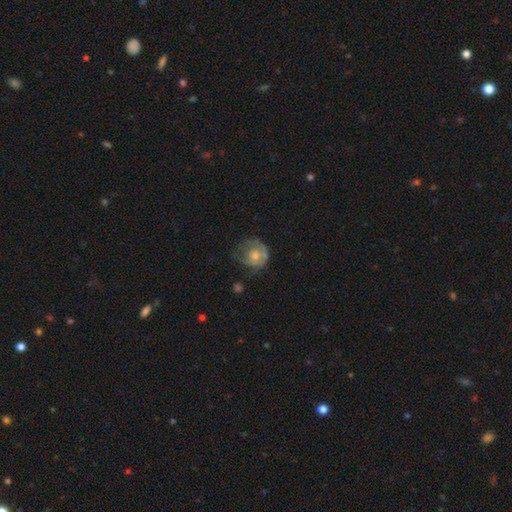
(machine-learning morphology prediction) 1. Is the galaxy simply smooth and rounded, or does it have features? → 48% smooth, 45% featured or disk, 7% star or artifact.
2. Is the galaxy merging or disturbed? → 42% none, 28% minor disturbance, 27% major disturbance, 3% merger.